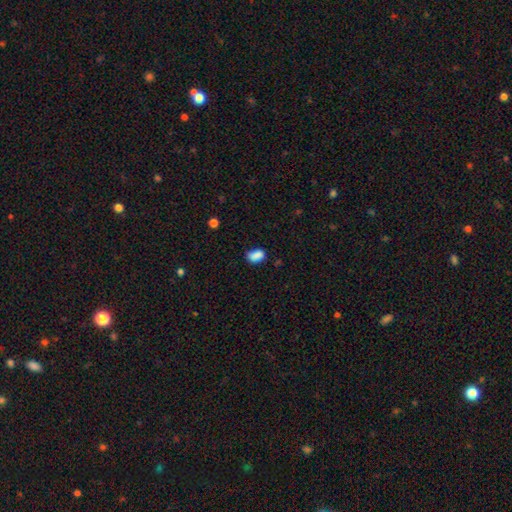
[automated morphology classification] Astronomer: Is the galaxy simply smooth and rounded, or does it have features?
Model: smooth — 86%.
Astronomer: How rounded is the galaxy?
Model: in between — 87%.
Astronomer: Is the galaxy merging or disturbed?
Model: none — 64%.